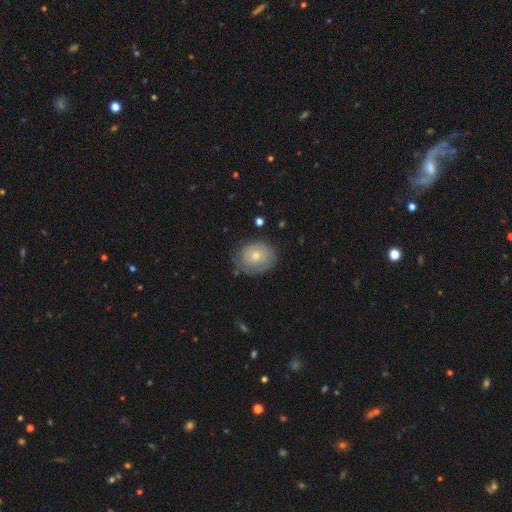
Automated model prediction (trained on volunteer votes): This is likely a smooth galaxy (67%). How rounded: likely round (62%). Merging: likely none (70%).